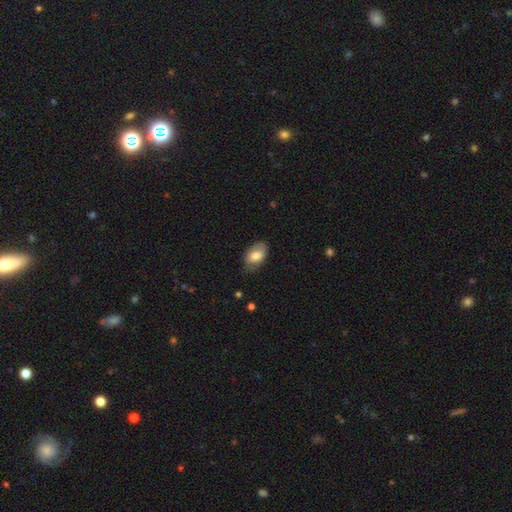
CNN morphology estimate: A smooth galaxy with no disk features (71%) that is in between round and cigar-shaped (92%).

Vote fractions:
- Smooth or featured? smooth: 71% / featured or disk: 23% / star or artifact: 6%
- How rounded? in between: 92% / round: 6% / cigar-shaped: 2%
- Merging? none: 72% / minor disturbance: 22% / major disturbance: 5% / merger: 1%